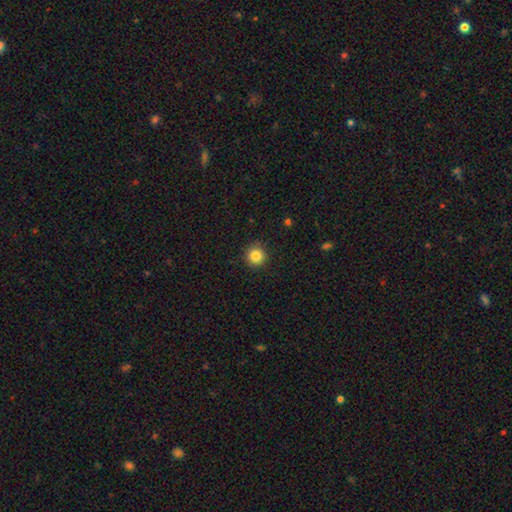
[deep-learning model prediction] Morphology: type=smooth (85%); roundness=round (95%); merging=none (91%).